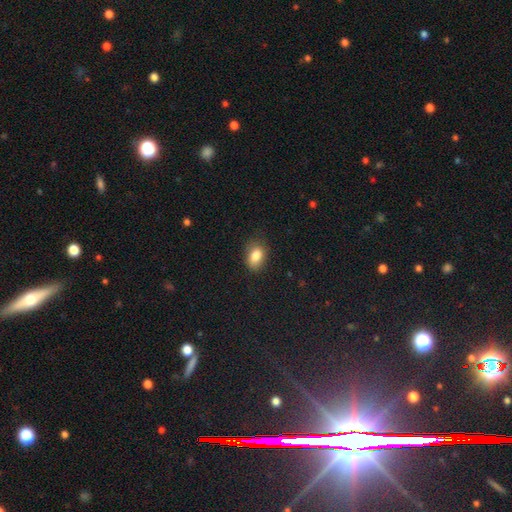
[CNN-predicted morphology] A smooth galaxy with no disk features (84%) that is in between round and cigar-shaped (81%). Merging: none (74%).